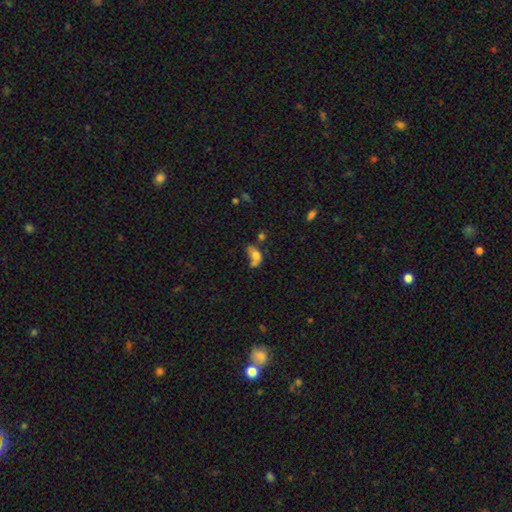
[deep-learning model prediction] smooth_or_featured: smooth (p=0.64) [alt: featured or disk p=0.24]
how_rounded: in between (p=0.80) [alt: round p=0.15]
merging: merger (p=0.36) [alt: major disturbance p=0.23]